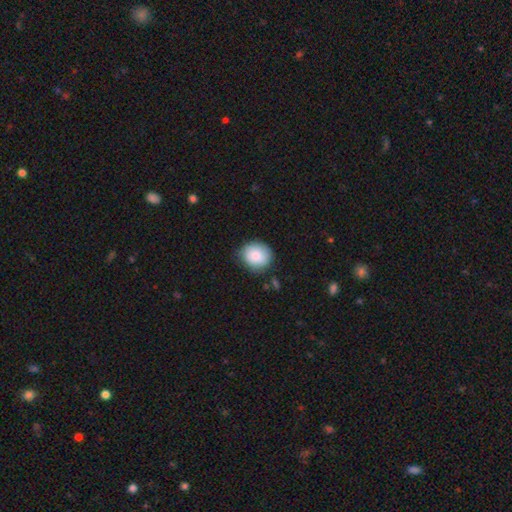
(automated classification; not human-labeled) Smooth or featured? Predicted: smooth (p=0.86). How rounded? Predicted: round (p=0.81). Merging? Predicted: none (p=0.76).